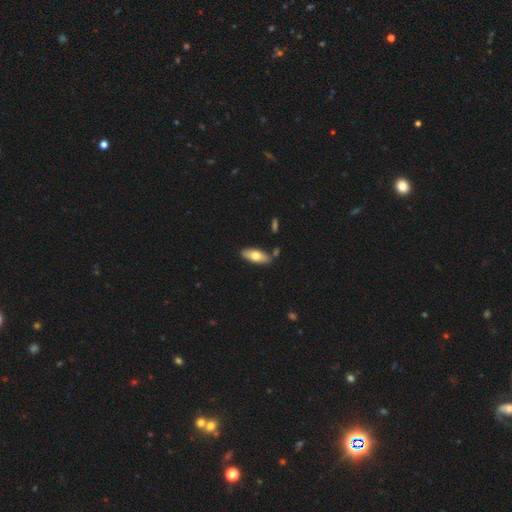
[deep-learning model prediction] Smooth or featured: smooth — 67% (featured or disk — 27%)
How rounded: in between — 79% (cigar-shaped — 18%)
Merging: none — 82% (minor disturbance — 11%)